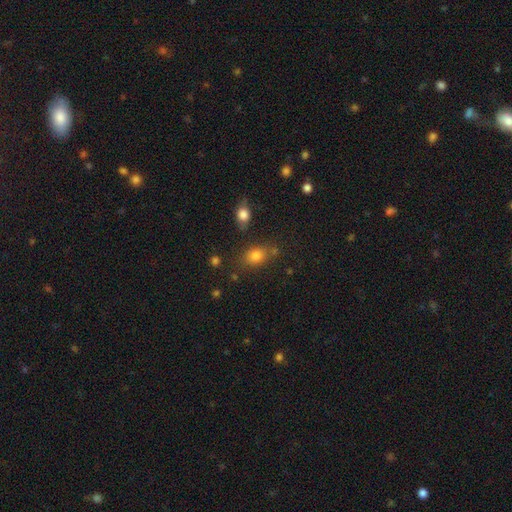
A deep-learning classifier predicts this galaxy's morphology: Smooth or featured? Predicted: smooth (p=0.80). How rounded? Predicted: in between (p=0.66). Merging? Predicted: none (p=0.70).